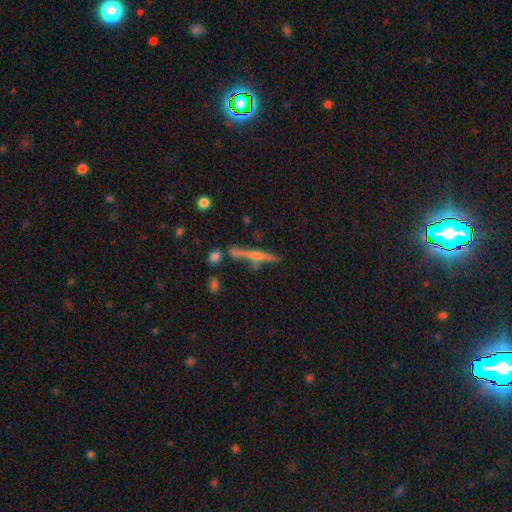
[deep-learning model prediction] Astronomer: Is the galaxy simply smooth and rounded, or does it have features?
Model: featured or disk — 75%.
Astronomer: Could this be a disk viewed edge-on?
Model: yes — 97%.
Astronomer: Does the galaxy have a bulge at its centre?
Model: rounded — 86%.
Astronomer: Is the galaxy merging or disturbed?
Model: none — 79%.